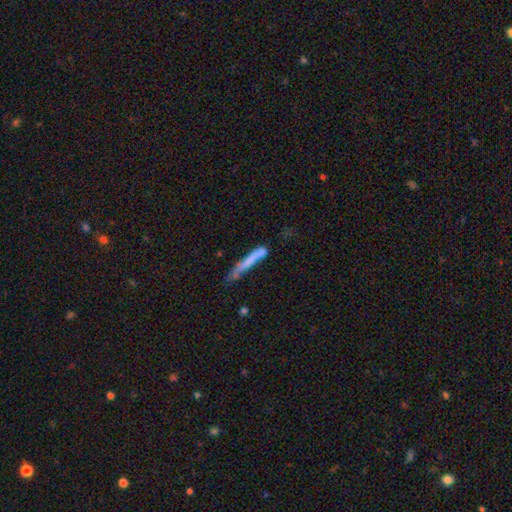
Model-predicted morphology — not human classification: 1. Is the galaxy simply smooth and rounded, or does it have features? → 66% smooth, 27% featured or disk, 7% star or artifact.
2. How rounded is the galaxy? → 94% cigar-shaped, 4% in between, 2% round.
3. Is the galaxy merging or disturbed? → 47% none, 28% minor disturbance, 16% major disturbance, 9% merger.